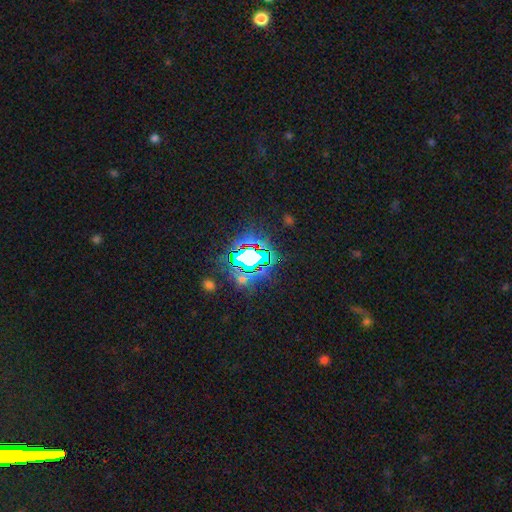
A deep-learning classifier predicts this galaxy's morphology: The model was most divided on "smooth or featured": star or artifact: 75%, smooth: 14%, featured or disk: 11%.